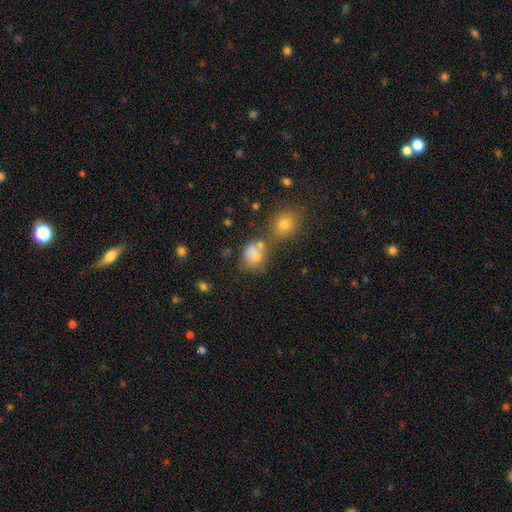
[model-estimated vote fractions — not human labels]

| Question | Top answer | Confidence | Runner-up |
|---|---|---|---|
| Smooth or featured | smooth | 62% | star or artifact (24%) |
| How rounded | round | 60% | in between (38%) |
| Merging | none | 47% | merger (31%) |